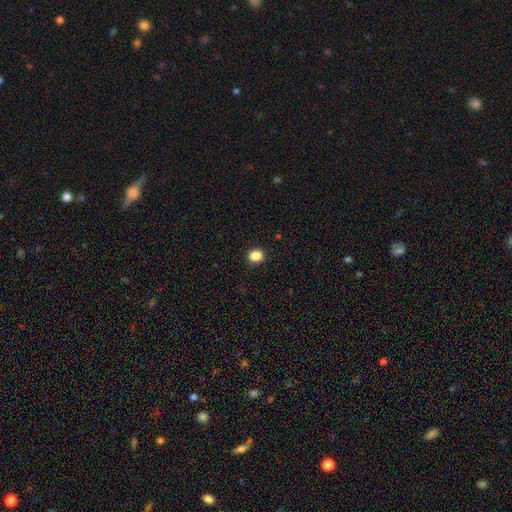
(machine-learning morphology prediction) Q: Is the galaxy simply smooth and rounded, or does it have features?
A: smooth — 86%.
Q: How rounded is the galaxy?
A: round — 75%.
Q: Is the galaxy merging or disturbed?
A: none — 92%.